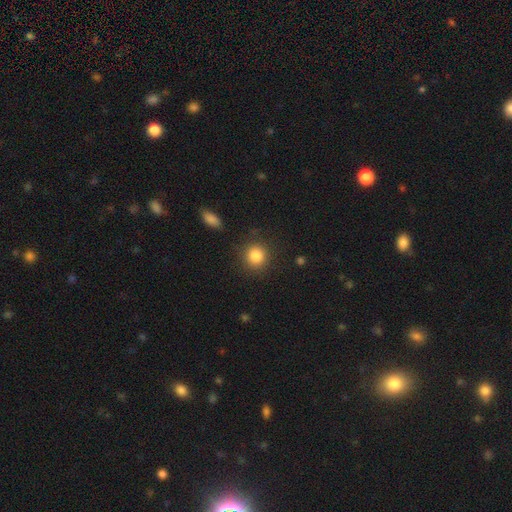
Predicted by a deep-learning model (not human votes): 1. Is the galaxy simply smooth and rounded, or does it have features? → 85% smooth, 10% star or artifact, 5% featured or disk.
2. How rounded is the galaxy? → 90% round, 9% in between, 1% cigar-shaped.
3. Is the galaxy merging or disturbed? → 87% none, 8% minor disturbance, 3% major disturbance, 2% merger.